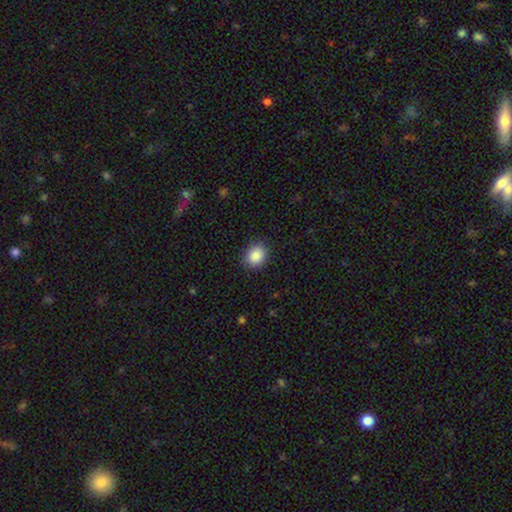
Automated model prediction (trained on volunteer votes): This appears to be a smooth galaxy with no disk features (88%) that is round (58%). Merging: none (87%).